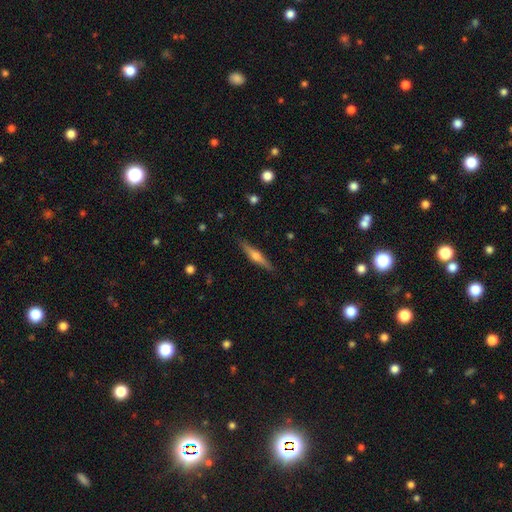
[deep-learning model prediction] The model was most divided on "smooth or featured": featured or disk: 60%, smooth: 33%, star or artifact: 6%. More confident: edge-on disk — yes (97%); merging — none (89%); edge-on bulge — rounded (87%).